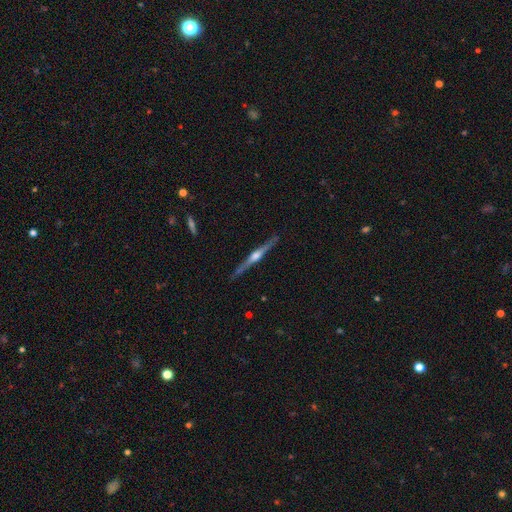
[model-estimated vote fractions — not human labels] Smooth or featured?
  - featured or disk: 82% *
  - smooth: 13%
  - star or artifact: 5%
Edge-on disk?
  - yes: 98% *
  - no: 2%
Edge-on bulge?
  - rounded: 88% *
  - boxy: 7%
  - none: 5%
Merging?
  - none: 89% *
  - minor disturbance: 9%
  - major disturbance: 1%
  - merger: 1%